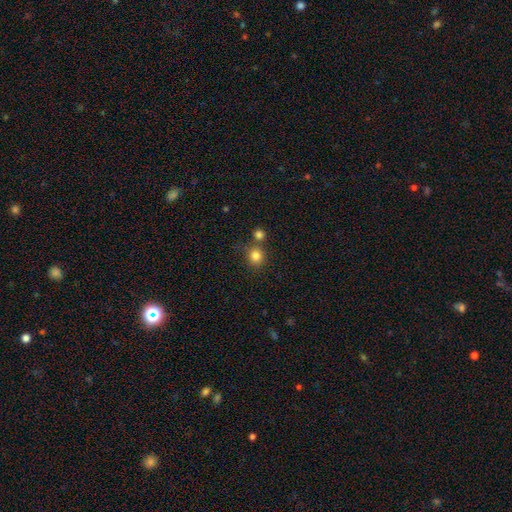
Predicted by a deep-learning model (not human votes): Smooth or featured: smooth — 82% (star or artifact — 12%)
How rounded: round — 85% (in between — 14%)
Merging: none — 69% (merger — 19%)